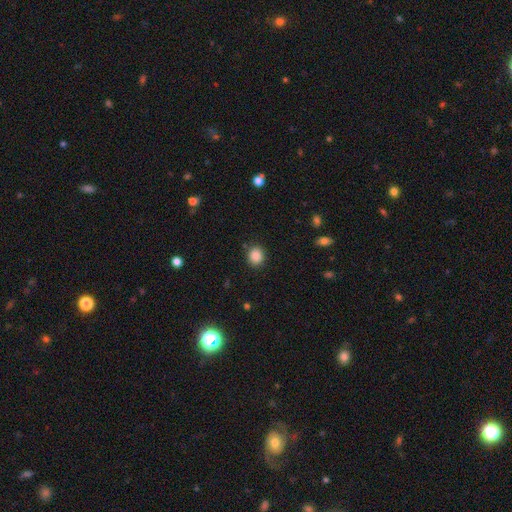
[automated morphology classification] smooth-or-featured: smooth: 87% | star or artifact: 10% | featured or disk: 3%
  how-rounded: round: 73% | in between: 26% | cigar-shaped: 1%
  merging: none: 87% | minor disturbance: 9% | major disturbance: 3% | merger: 2%